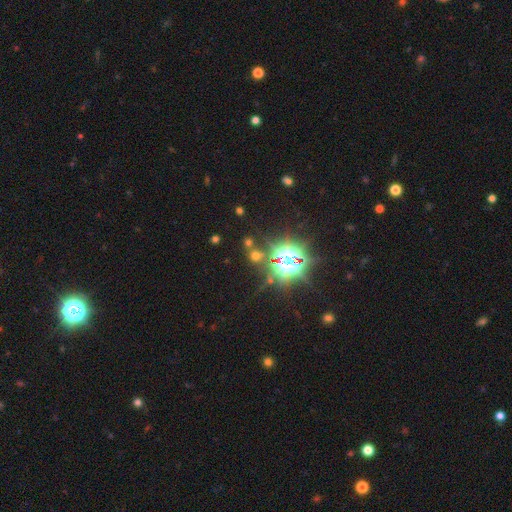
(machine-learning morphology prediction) A star or artifact, not a galaxy (62%).

Vote fractions:
- Smooth or featured? star or artifact: 62% / smooth: 29% / featured or disk: 9%